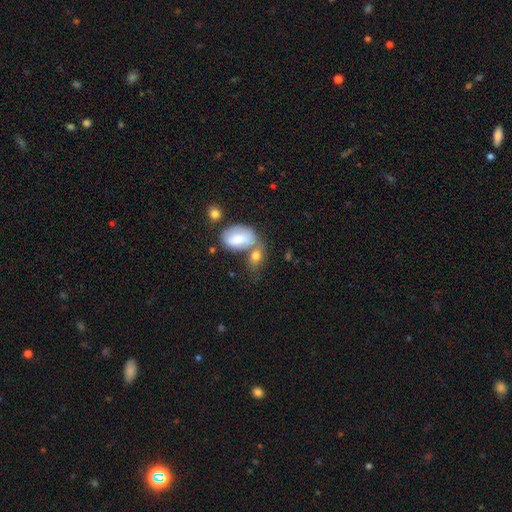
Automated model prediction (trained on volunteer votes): Smooth or featured? smooth (76%)
How rounded? in between (82%)
Merging? merger (45%)